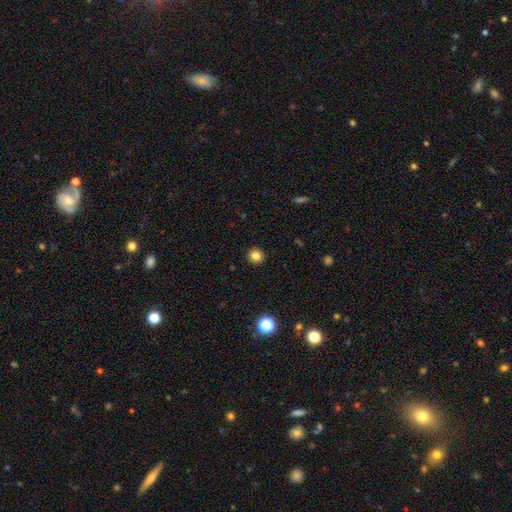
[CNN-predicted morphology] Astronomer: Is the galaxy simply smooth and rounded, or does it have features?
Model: smooth — 83%.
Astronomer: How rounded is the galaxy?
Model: round — 94%.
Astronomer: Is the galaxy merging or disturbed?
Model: none — 93%.